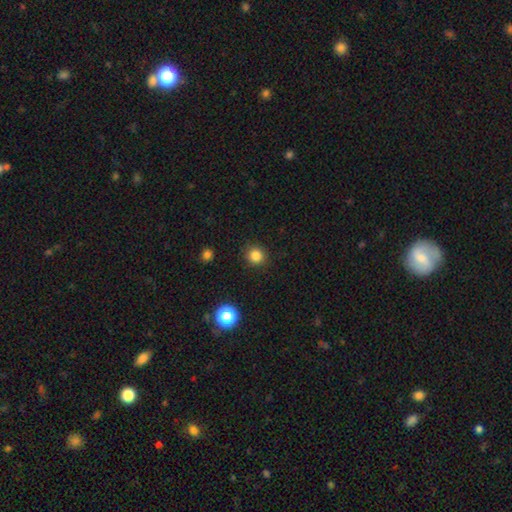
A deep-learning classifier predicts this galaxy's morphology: type=smooth (84%); roundness=round (91%); merging=none (91%).